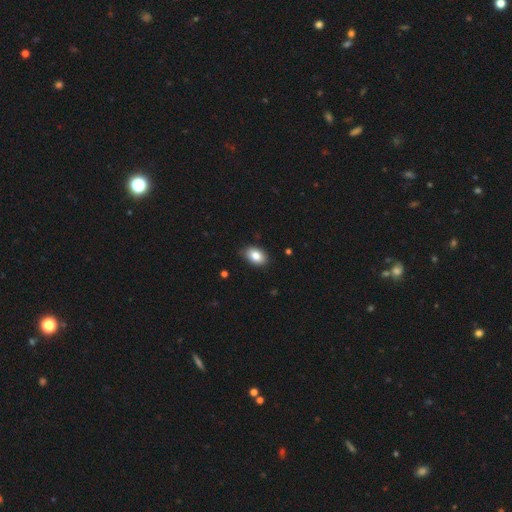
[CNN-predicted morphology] Smooth or featured? Predicted: smooth (p=0.85). How rounded? Predicted: in between (p=0.89). Merging? Predicted: none (p=0.85).